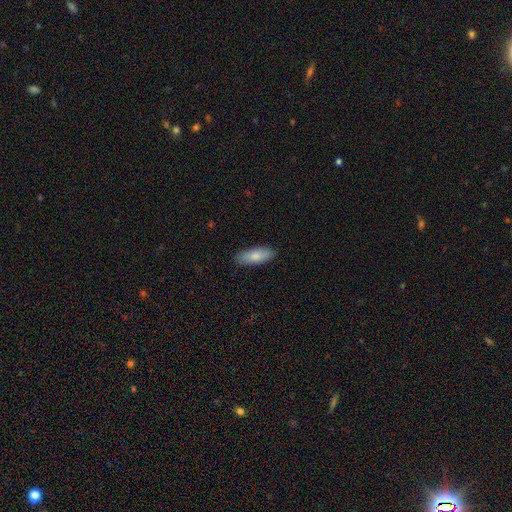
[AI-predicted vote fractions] This appears to be a smooth galaxy with no disk features (80%) that is in between round and cigar-shaped (70%). Merging: none (89%).